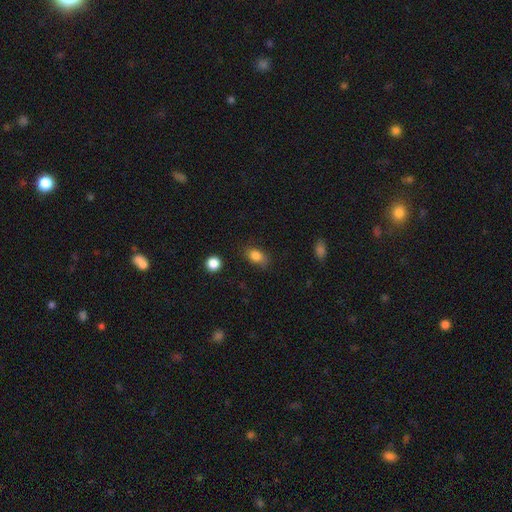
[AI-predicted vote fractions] This appears to be a smooth galaxy with no disk features (83%) that is in between round and cigar-shaped (78%). Merging: none (74%).